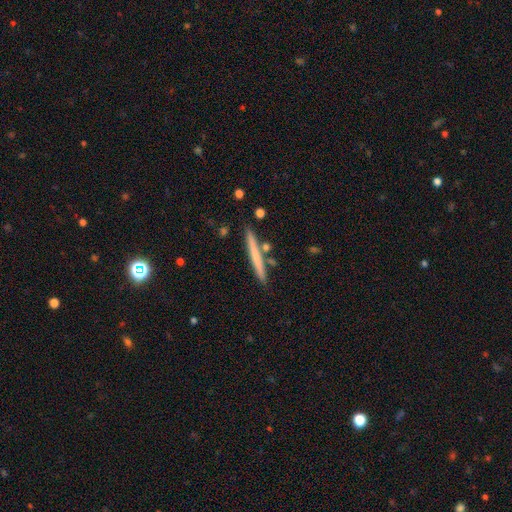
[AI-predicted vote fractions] The model was most divided on "smooth or featured": smooth: 60%, featured or disk: 34%, star or artifact: 6%. More confident: how rounded — cigar-shaped (97%); merging — none (85%).